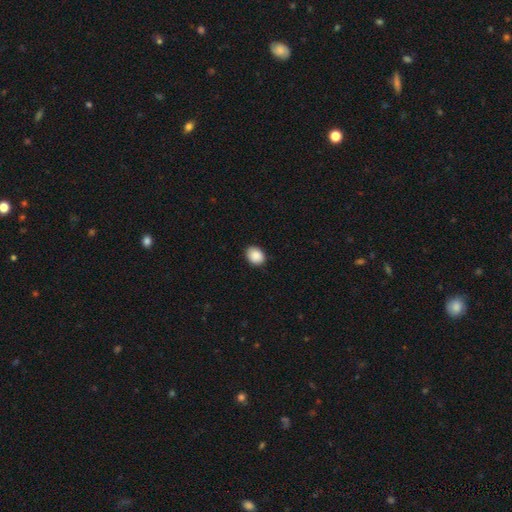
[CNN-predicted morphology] Q: Smooth or featured?
A: smooth (90%); runner-up: star or artifact (7%)
Q: How rounded?
A: in between (60%); runner-up: round (39%)
Q: Merging?
A: none (88%); runner-up: minor disturbance (9%)